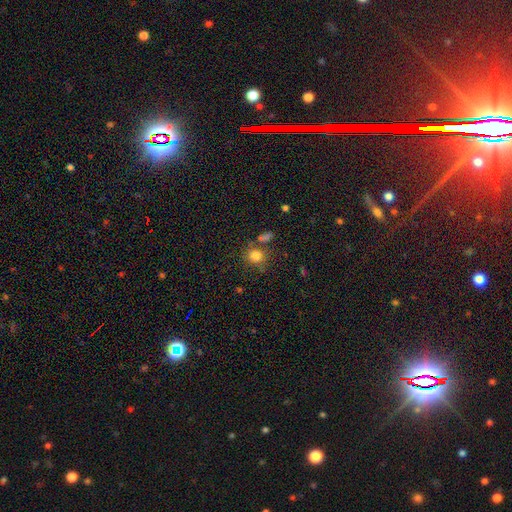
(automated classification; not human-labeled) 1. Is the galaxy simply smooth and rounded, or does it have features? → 80% smooth, 12% star or artifact, 8% featured or disk.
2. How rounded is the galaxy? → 77% round, 21% in between, 1% cigar-shaped.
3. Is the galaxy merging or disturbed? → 67% none, 14% minor disturbance, 13% merger, 6% major disturbance.